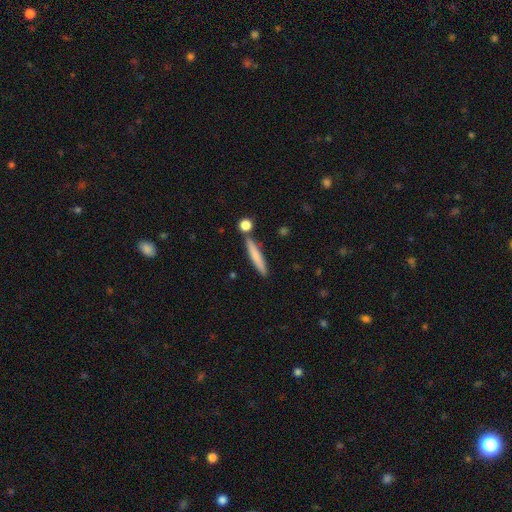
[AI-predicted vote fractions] A smooth galaxy with no disk features (72%) that is cigar-shaped (92%). Merging: none (81%).